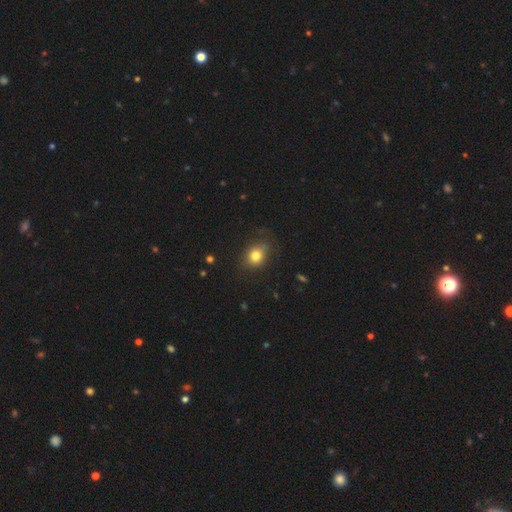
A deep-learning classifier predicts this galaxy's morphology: Smooth or featured?
  - smooth: 79% *
  - star or artifact: 11%
  - featured or disk: 10%
How rounded?
  - round: 58% *
  - in between: 41%
  - cigar-shaped: 1%
Merging?
  - none: 72% *
  - minor disturbance: 19%
  - major disturbance: 7%
  - merger: 2%